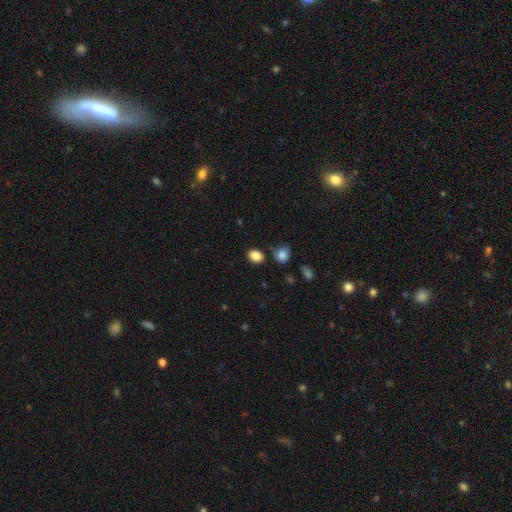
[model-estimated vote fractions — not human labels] Morphology: type=smooth (85%); roundness=in between (65%); merging=none (77%).